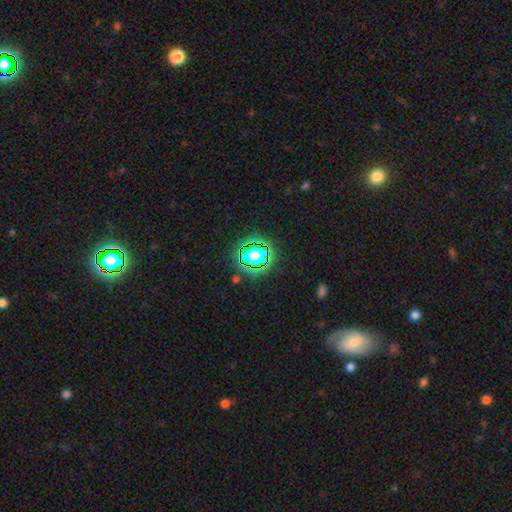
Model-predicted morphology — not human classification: Q: Smooth or featured?
A: star or artifact (56%); runner-up: smooth (32%)